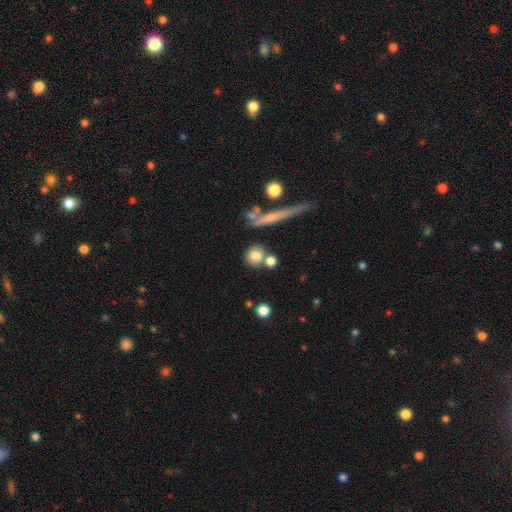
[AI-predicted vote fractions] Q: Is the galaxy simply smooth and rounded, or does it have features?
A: smooth — 78%.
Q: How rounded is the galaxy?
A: round — 79%.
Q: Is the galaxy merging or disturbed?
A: none — 66%.